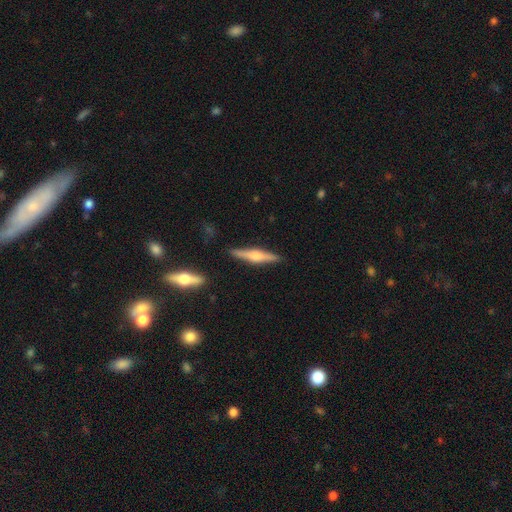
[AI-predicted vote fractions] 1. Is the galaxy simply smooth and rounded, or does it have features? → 65% featured or disk, 30% smooth, 6% star or artifact.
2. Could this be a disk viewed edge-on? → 97% yes, 3% no.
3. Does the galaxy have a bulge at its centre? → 85% rounded, 11% boxy, 5% none.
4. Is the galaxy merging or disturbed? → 88% none, 8% minor disturbance, 2% merger, 2% major disturbance.